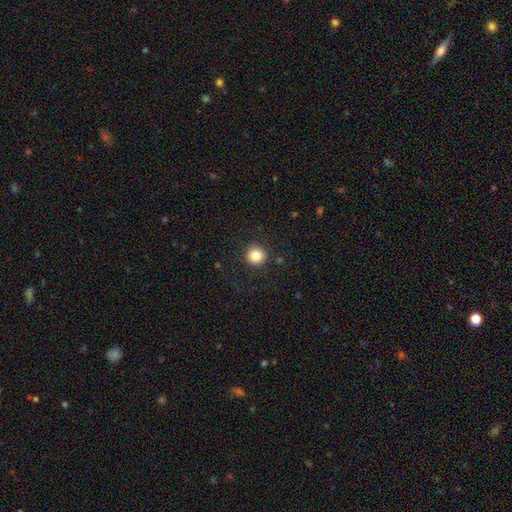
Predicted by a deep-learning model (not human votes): This is clearly a smooth galaxy (83%). How rounded: clearly round (94%). Merging: clearly none (91%).